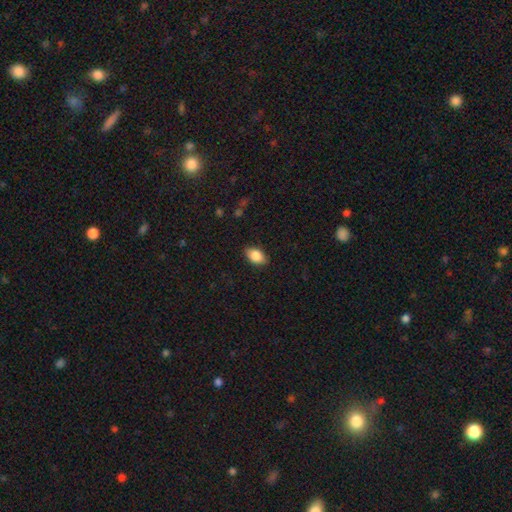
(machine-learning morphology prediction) This is clearly a smooth galaxy (85%). How rounded: clearly in between (89%). Merging: clearly none (86%).